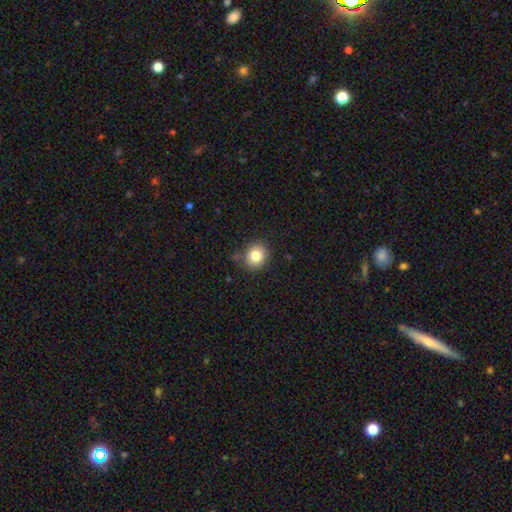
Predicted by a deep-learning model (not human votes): smooth 82%, star or artifact 11%, featured or disk 8%. Down the decision tree: how rounded — round (79%); merging — none (83%).